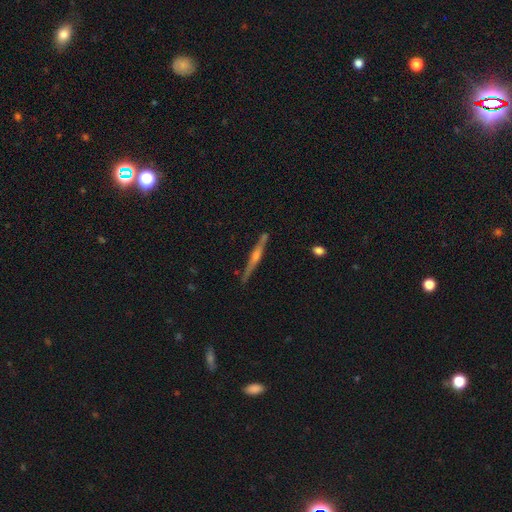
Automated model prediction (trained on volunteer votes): featured or disk 76%, smooth 18%, star or artifact 6%. Down the decision tree: edge-on disk — yes (98%); edge-on bulge — rounded (81%); merging — none (87%).